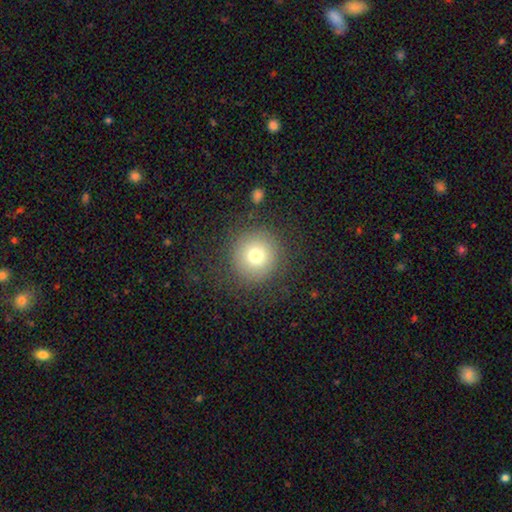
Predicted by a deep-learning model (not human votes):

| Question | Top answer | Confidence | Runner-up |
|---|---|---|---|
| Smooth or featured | smooth | 73% | star or artifact (14%) |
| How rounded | round | 94% | in between (5%) |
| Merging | none | 84% | minor disturbance (9%) |